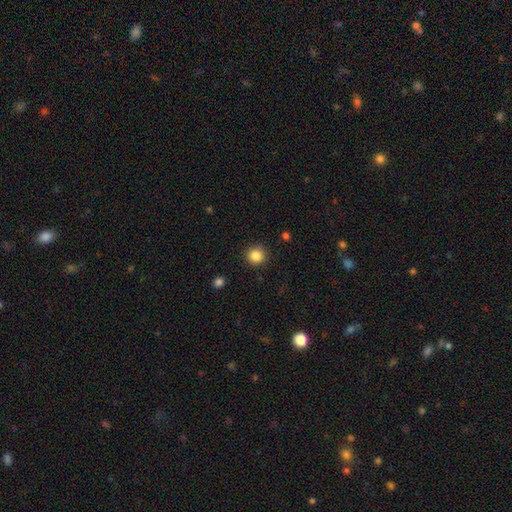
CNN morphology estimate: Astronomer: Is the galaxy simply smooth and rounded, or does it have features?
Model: smooth — 85%.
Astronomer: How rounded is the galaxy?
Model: round — 93%.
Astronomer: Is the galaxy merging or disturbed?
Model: none — 90%.